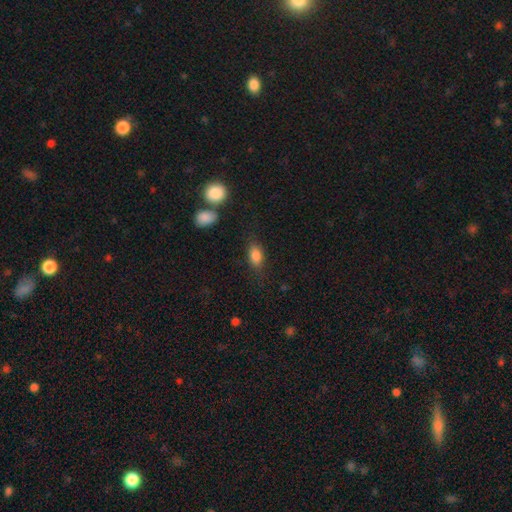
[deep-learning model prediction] Smooth or featured? Predicted: smooth (p=0.84). How rounded? Predicted: in between (p=0.85). Merging? Predicted: none (p=0.76).